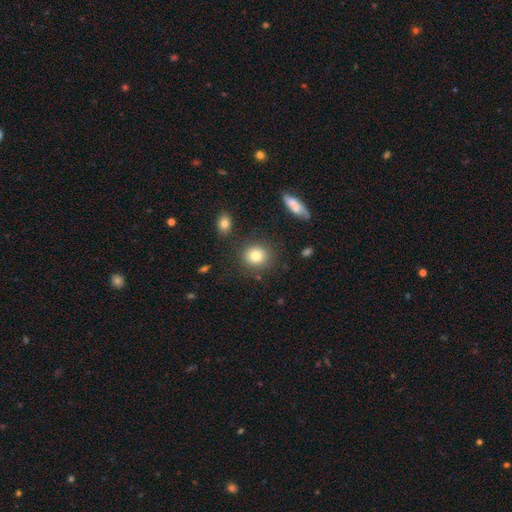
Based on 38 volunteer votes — Overall: smooth (82%). How rounded: round (77%). Merging: none (83%).